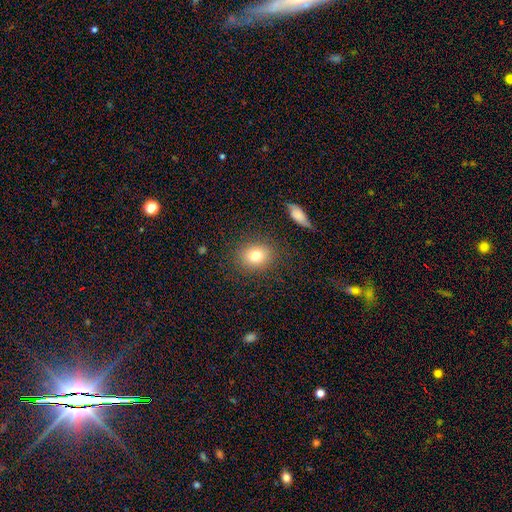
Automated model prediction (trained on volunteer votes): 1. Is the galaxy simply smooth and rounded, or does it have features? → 78% smooth, 12% star or artifact, 10% featured or disk.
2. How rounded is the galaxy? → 63% round, 35% in between, 1% cigar-shaped.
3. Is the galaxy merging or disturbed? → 85% none, 10% minor disturbance, 4% major disturbance, 2% merger.